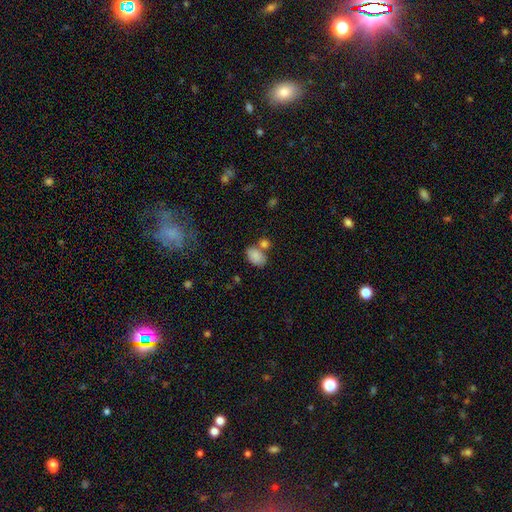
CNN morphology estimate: smooth-or-featured: smooth: 85% | star or artifact: 8% | featured or disk: 7%
  how-rounded: in between: 86% | round: 13% | cigar-shaped: 1%
  merging: none: 52% | merger: 30% | minor disturbance: 14% | major disturbance: 5%